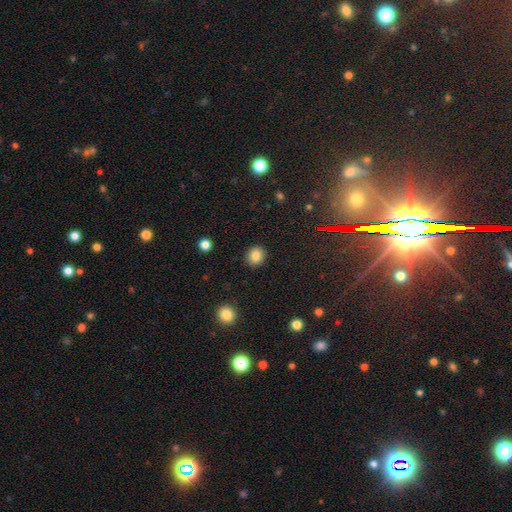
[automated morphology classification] A smooth galaxy with no disk features (83%) that is round (81%).

Vote fractions:
- Smooth or featured? smooth: 83% / star or artifact: 10% / featured or disk: 6%
- How rounded? round: 81% / in between: 18% / cigar-shaped: 1%
- Merging? none: 91% / minor disturbance: 6% / major disturbance: 2% / merger: 1%